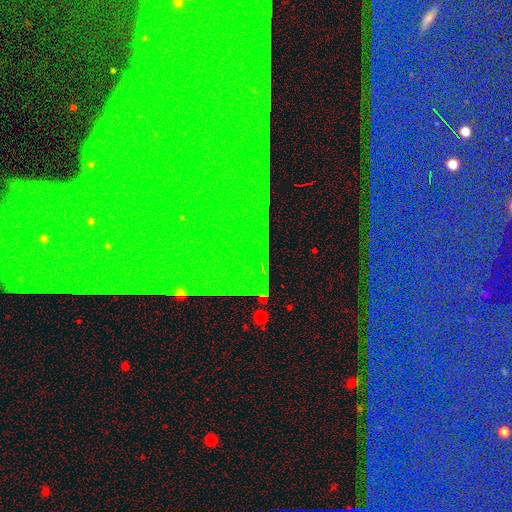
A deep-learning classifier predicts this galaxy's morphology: Smooth or featured? Predicted: star or artifact (p=0.81).